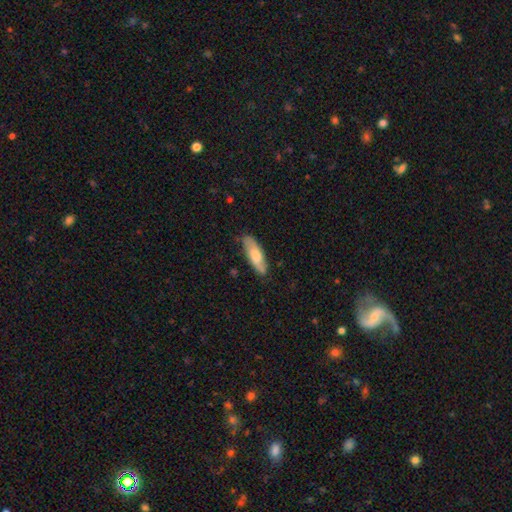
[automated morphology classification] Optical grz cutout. It shows a smooth galaxy with no disk features (63%) that is in between round and cigar-shaped (51%). Merging: none (78%).